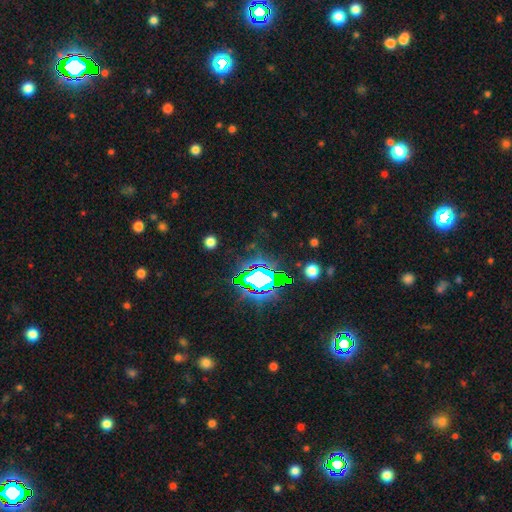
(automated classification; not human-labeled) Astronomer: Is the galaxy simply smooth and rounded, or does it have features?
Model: star or artifact — 83%.